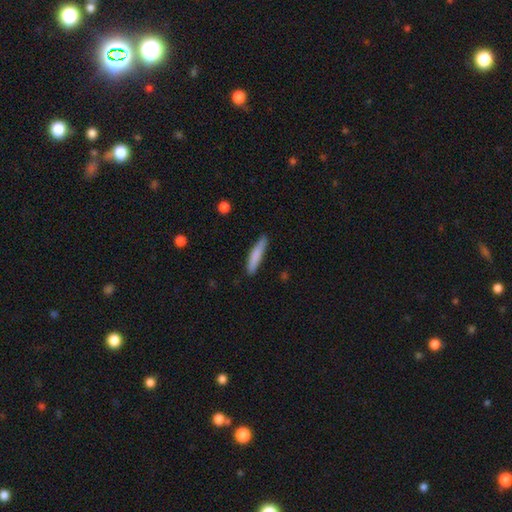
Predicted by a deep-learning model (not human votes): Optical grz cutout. It shows a smooth galaxy with no disk features (80%) that is cigar-shaped (90%). Merging: none (84%).